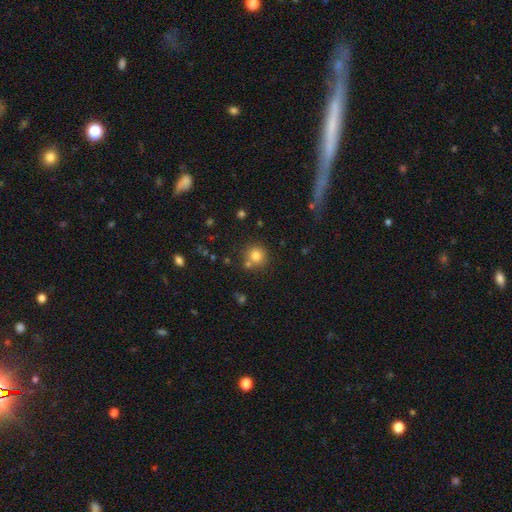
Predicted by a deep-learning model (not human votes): This appears to be a smooth galaxy with no disk features (80%) that is round (91%). Merging: none (73%).